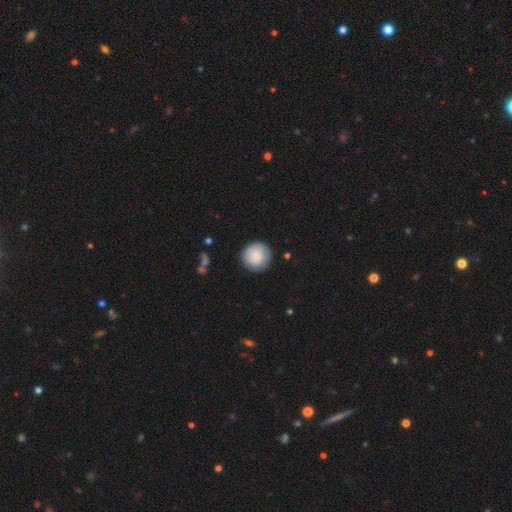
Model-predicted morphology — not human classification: type=smooth (84%); roundness=round (95%); merging=none (86%).